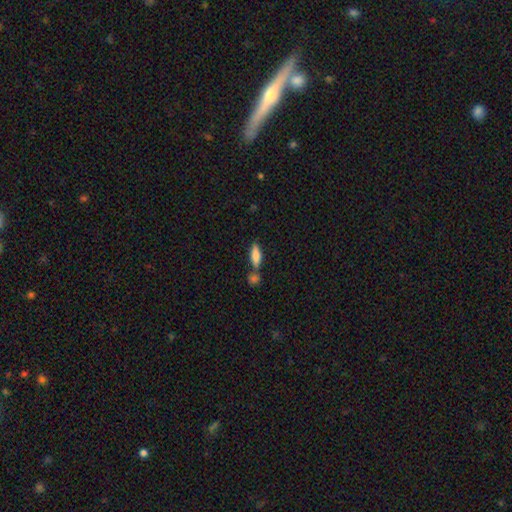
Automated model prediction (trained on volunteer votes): smooth-or-featured: smooth: 78% | featured or disk: 15% | star or artifact: 7%
  how-rounded: in between: 58% | cigar-shaped: 39% | round: 3%
  merging: none: 55% | merger: 29% | minor disturbance: 12% | major disturbance: 4%